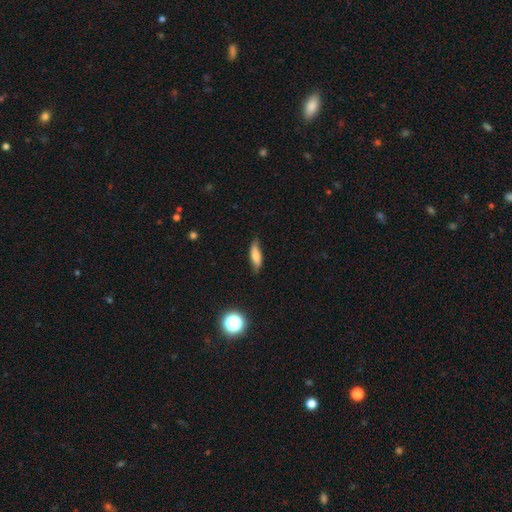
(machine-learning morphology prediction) smooth_or_featured: smooth (p=0.71) [alt: featured or disk p=0.21]
how_rounded: cigar-shaped (p=0.49) [alt: in between p=0.48]
merging: none (p=0.77) [alt: minor disturbance p=0.19]